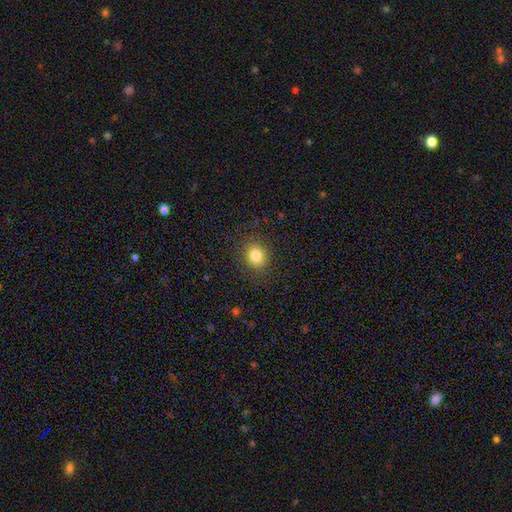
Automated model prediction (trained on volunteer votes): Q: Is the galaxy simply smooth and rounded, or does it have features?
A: smooth — 82%.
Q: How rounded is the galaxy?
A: round — 76%.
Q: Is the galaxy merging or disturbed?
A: none — 88%.